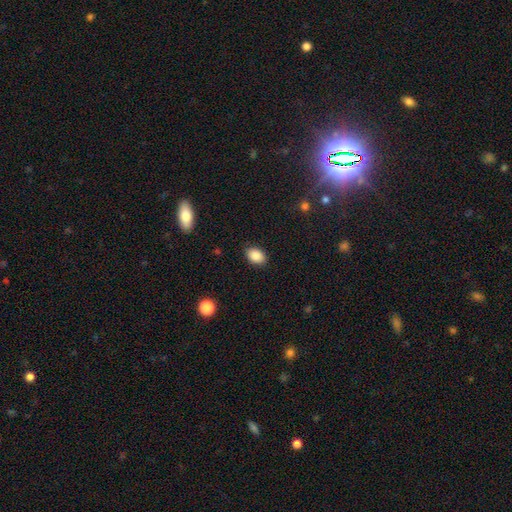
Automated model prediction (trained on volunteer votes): Overall: smooth (88%). How rounded: in between (78%). Merging: none (86%).